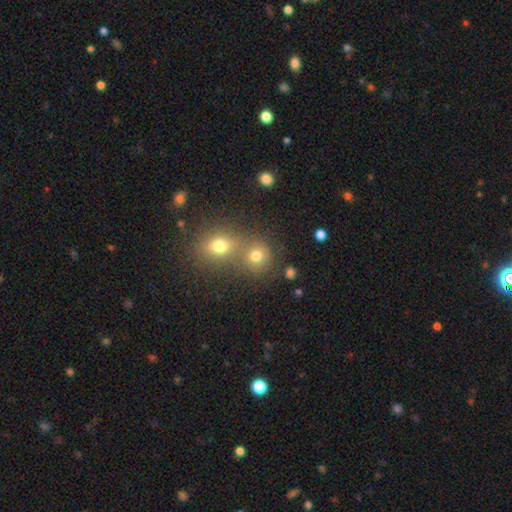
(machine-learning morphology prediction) Smooth or featured? smooth (71%)
How rounded? round (80%)
Merging? none (46%)